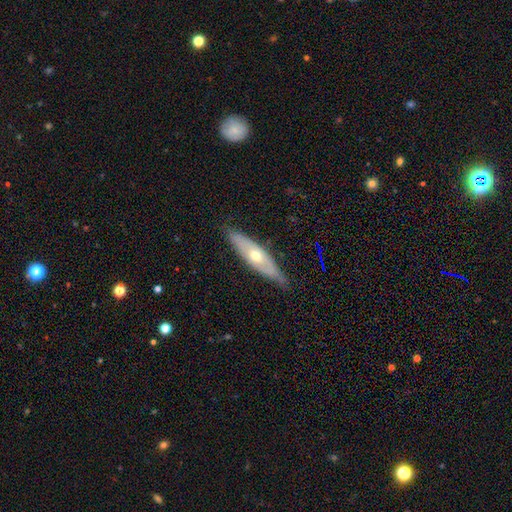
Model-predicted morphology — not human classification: Q: Smooth or featured?
A: featured or disk (56%); runner-up: smooth (38%)
Q: Edge-on disk?
A: yes (55%); runner-up: no (45%)
Q: Merging?
A: none (78%); runner-up: minor disturbance (17%)